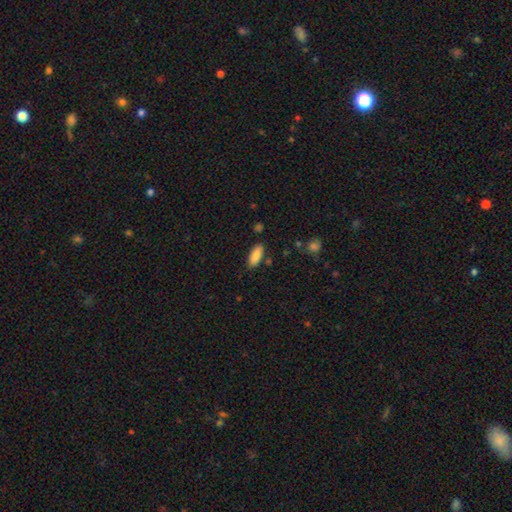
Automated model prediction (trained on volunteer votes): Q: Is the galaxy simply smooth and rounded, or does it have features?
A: smooth — 87%.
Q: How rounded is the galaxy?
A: in between — 76%.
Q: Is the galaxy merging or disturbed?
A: none — 83%.